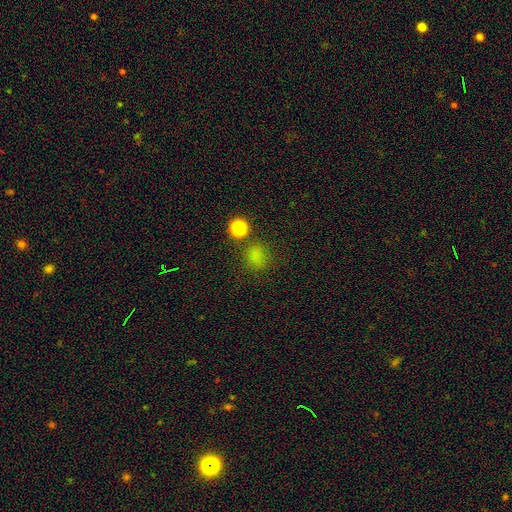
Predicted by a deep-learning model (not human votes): Smooth or featured: smooth — 71% (star or artifact — 24%)
How rounded: round — 76% (in between — 23%)
Merging: none — 75% (minor disturbance — 13%)